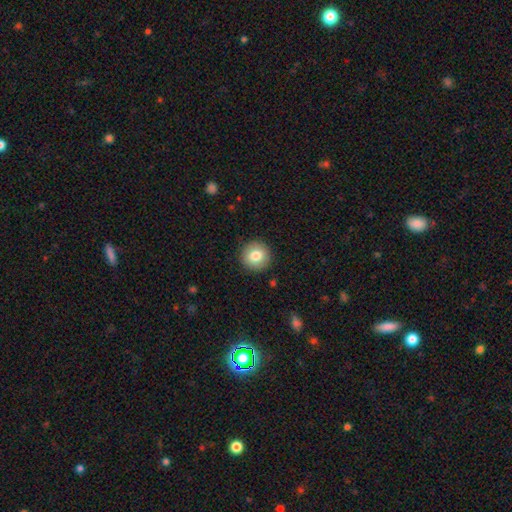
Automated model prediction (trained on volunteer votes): Q: Smooth or featured?
A: smooth (81%); runner-up: featured or disk (10%)
Q: How rounded?
A: round (94%); runner-up: in between (6%)
Q: Merging?
A: none (91%); runner-up: minor disturbance (6%)